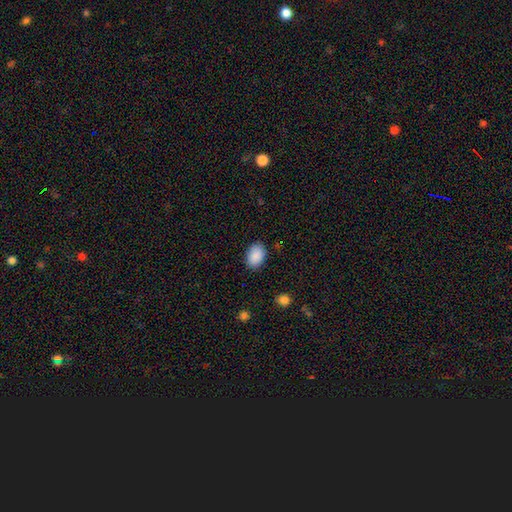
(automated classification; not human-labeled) A smooth galaxy with no disk features (90%) that is in between round and cigar-shaped (84%). Merging: none (87%).